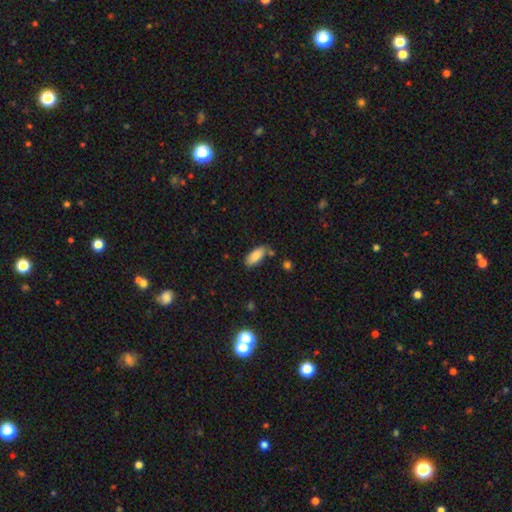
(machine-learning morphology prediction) smooth 86%, featured or disk 7%, star or artifact 7%. Down the decision tree: how rounded — in between (87%); merging — none (74%).